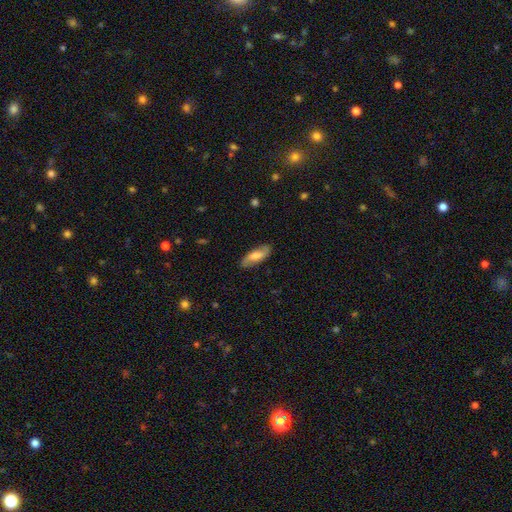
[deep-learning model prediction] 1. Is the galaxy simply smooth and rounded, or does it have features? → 53% smooth, 41% featured or disk, 6% star or artifact.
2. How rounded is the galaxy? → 68% in between, 29% cigar-shaped, 3% round.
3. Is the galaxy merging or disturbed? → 84% none, 12% minor disturbance, 3% major disturbance, 1% merger.